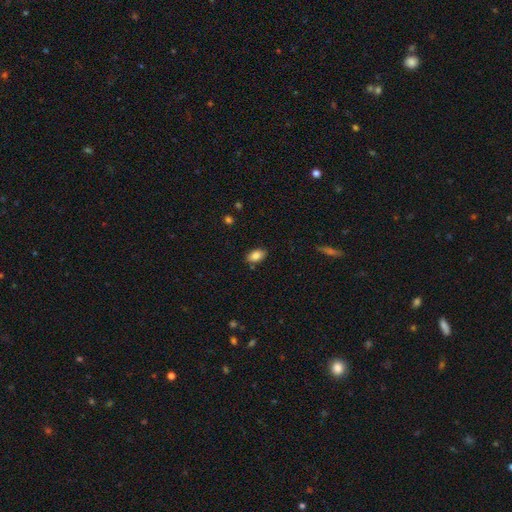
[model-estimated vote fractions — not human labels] Smooth or featured? Predicted: smooth (p=0.84). How rounded? Predicted: in between (p=0.89). Merging? Predicted: none (p=0.84).